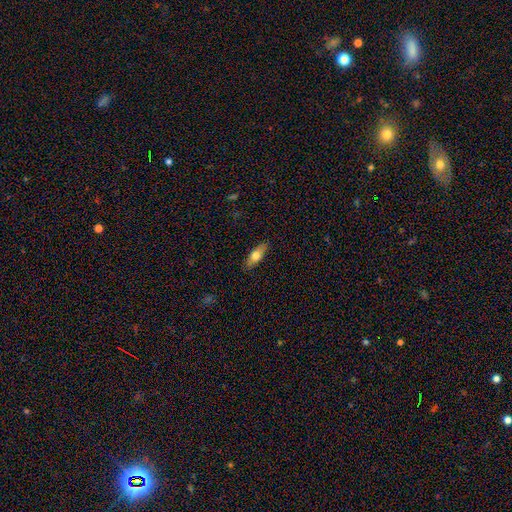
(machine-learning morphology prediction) type=smooth (67%); roundness=in between (65%); merging=none (86%).